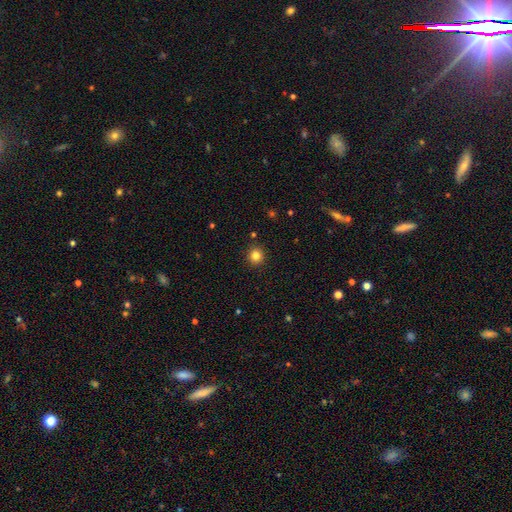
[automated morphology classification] This appears to be a smooth galaxy with no disk features (83%) that is round (92%). Merging: none (92%).